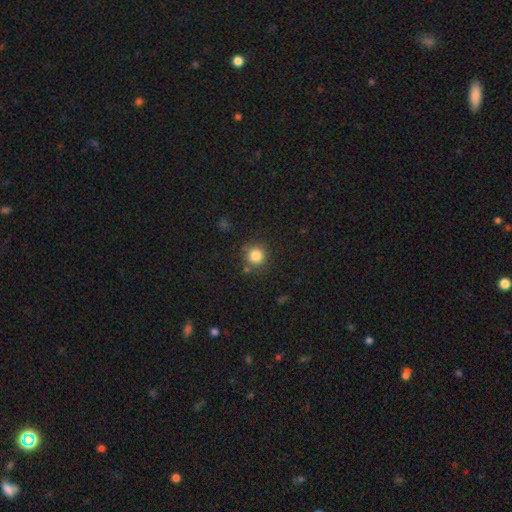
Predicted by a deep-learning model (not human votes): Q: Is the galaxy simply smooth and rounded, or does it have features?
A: smooth — 83%.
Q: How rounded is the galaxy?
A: round — 93%.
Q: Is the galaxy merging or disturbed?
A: none — 82%.